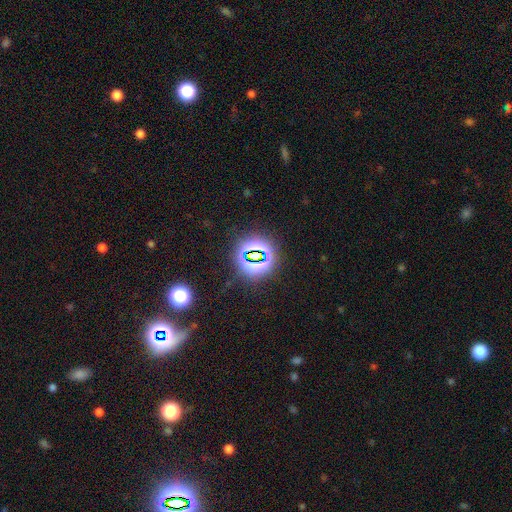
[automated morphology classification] smooth-or-featured: star or artifact: 75% | smooth: 16% | featured or disk: 9%